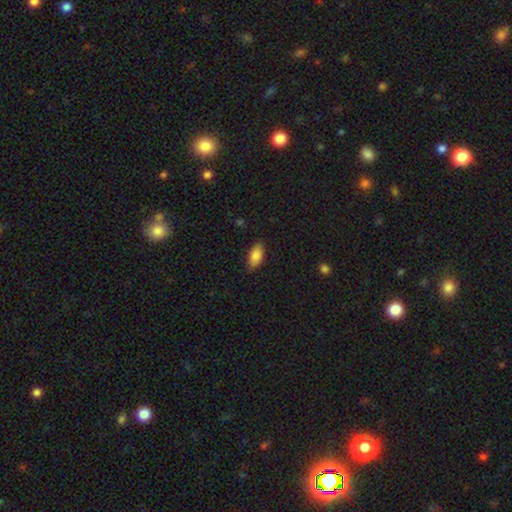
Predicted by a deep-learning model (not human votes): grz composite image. It shows a smooth galaxy with no disk features (82%) that is in between round and cigar-shaped (87%). Merging: none (84%).